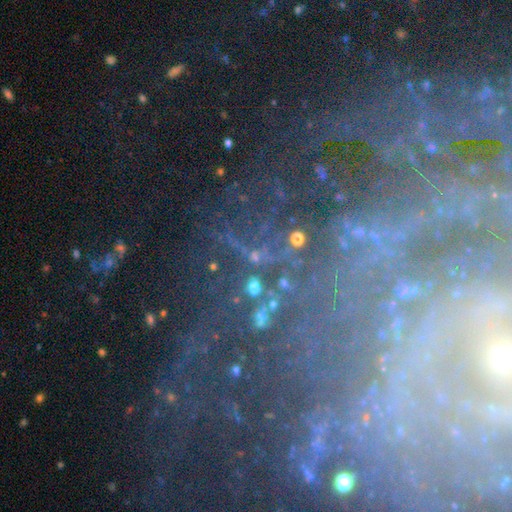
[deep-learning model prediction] Morphology: type=star or artifact (51%).